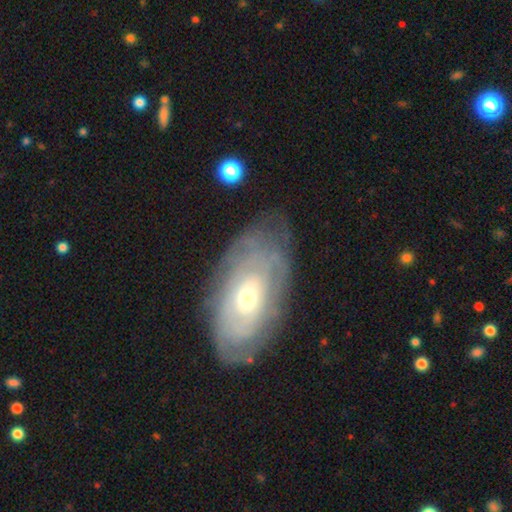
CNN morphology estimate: type=featured or disk (71%); edge-on=no (92%); bar=no (76%); spiral arms=yes (76%); bulge=moderate (55%); merging=none (74%).